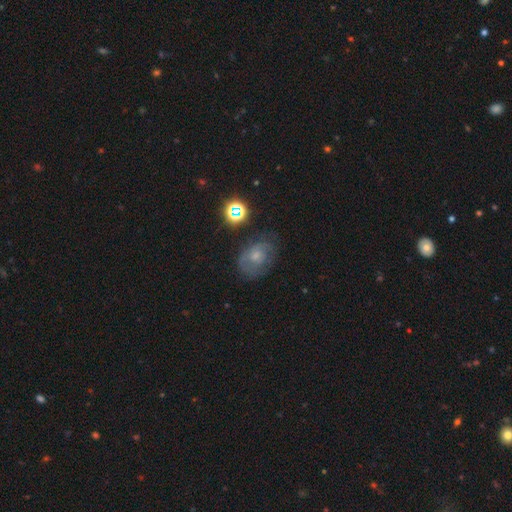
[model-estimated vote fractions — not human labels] A featured or disk galaxy (47%).

Vote fractions:
- Smooth or featured? featured or disk: 47% / smooth: 38% / star or artifact: 15%
- Merging? none: 60% / minor disturbance: 24% / major disturbance: 13% / merger: 3%